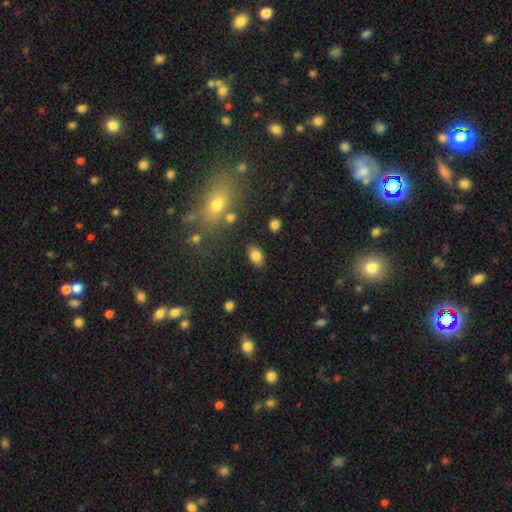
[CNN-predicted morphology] Smooth or featured? Predicted: smooth (p=0.82). How rounded? Predicted: in between (p=0.88). Merging? Predicted: none (p=0.82).